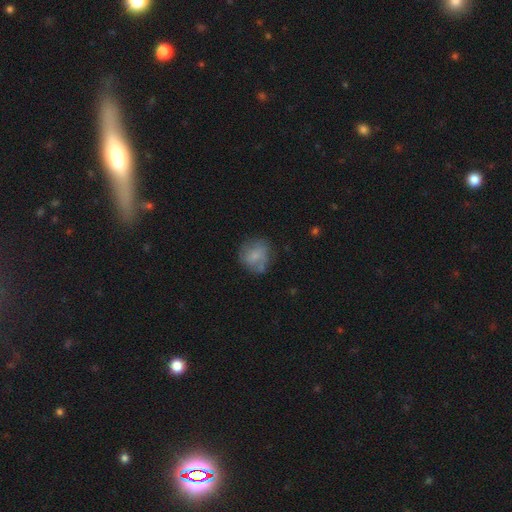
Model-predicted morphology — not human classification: This appears to be a smooth galaxy with no disk features (64%) that is round (76%). Merging: none (57%).